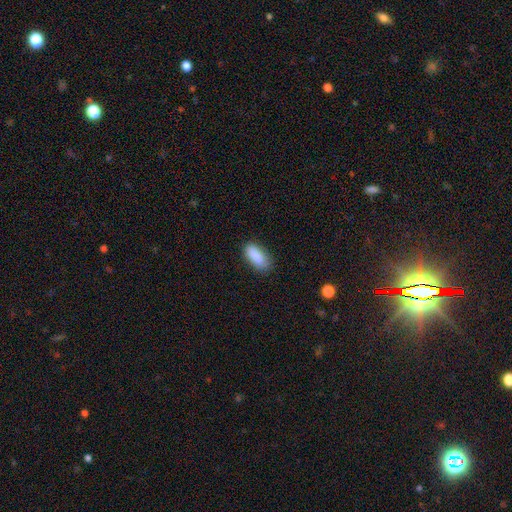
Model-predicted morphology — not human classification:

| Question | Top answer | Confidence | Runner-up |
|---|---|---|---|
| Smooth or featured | smooth | 89% | star or artifact (7%) |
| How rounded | in between | 86% | cigar-shaped (11%) |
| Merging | none | 81% | minor disturbance (15%) |